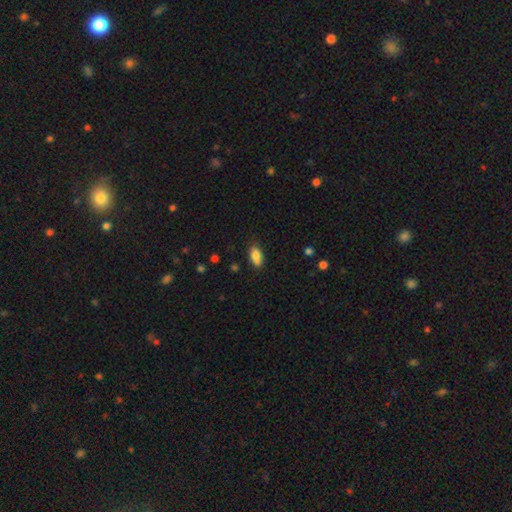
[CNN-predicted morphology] The model was most divided on "merging": none: 76%, minor disturbance: 18%, major disturbance: 3%, merger: 3%. More confident: how rounded — in between (88%); smooth or featured — smooth (83%).